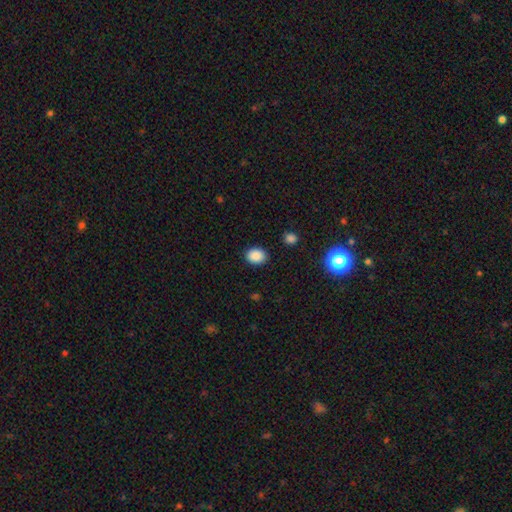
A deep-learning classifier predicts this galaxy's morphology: smooth-or-featured: smooth: 88% | star or artifact: 9% | featured or disk: 3%
  how-rounded: in between: 59% | round: 40% | cigar-shaped: 1%
  merging: none: 88% | minor disturbance: 8% | major disturbance: 2% | merger: 1%